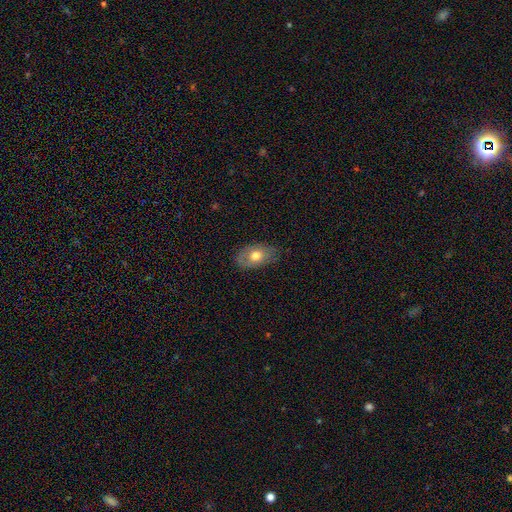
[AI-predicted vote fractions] Smooth or featured? Predicted: smooth (p=0.65). How rounded? Predicted: in between (p=0.88). Merging? Predicted: none (p=0.73).